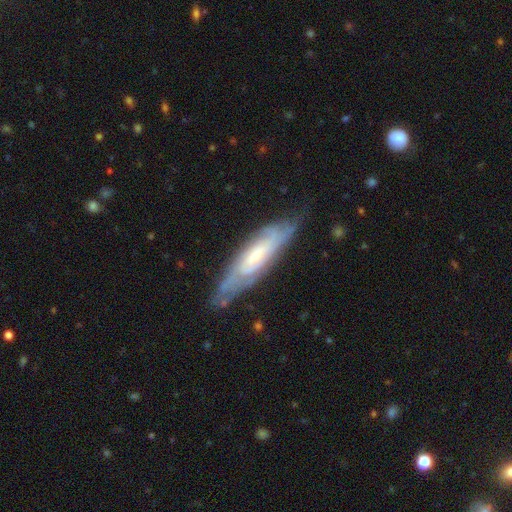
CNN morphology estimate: Overall: featured or disk (68%). Edge-on disk: no (64%; yes 36%). Merging: none (69%).